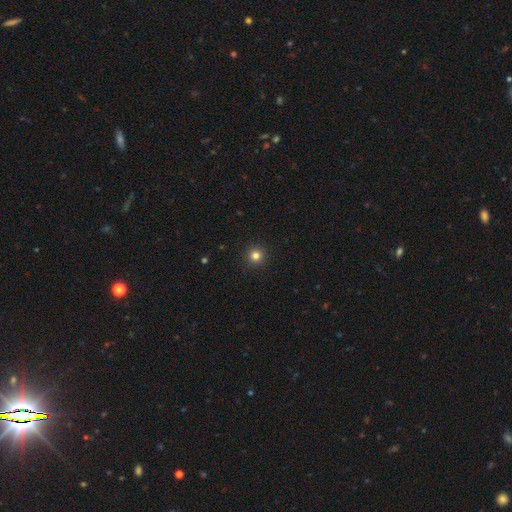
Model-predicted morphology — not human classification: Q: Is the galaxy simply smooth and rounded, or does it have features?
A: smooth — 81%.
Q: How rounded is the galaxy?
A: round — 96%.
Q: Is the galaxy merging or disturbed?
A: none — 93%.